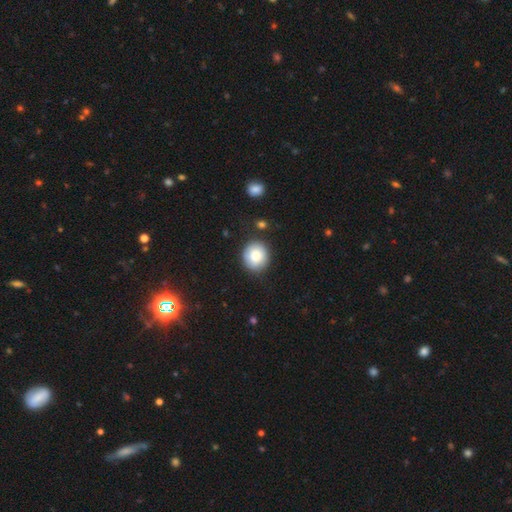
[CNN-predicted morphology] The model was most divided on "merging": none: 83%, minor disturbance: 11%, major disturbance: 3%, merger: 2%. More confident: how rounded — round (87%); smooth or featured — smooth (84%).